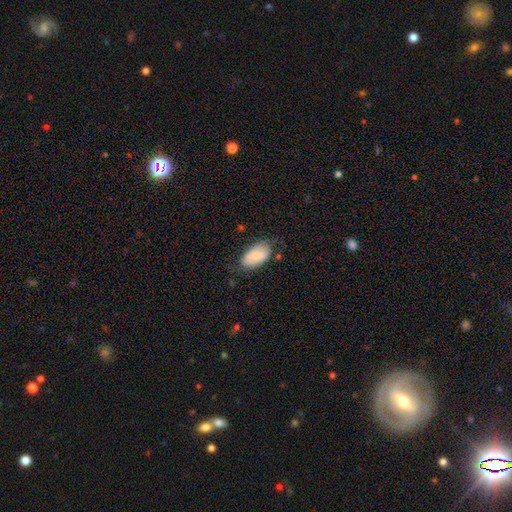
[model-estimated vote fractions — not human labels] The model was most divided on "merging": none: 66%, minor disturbance: 26%, major disturbance: 7%, merger: 2%. More confident: how rounded — in between (94%); smooth or featured — smooth (72%).